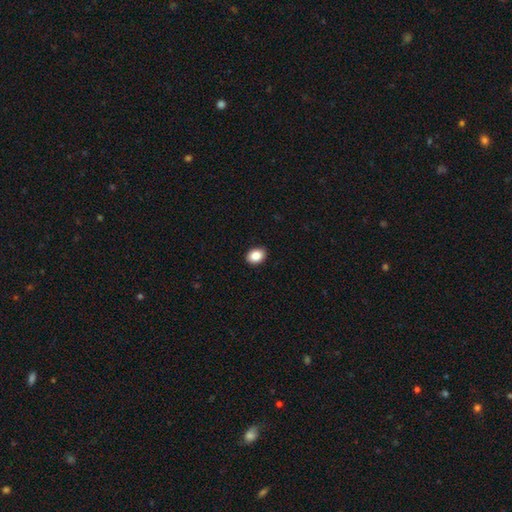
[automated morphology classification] smooth-or-featured: smooth: 87% | star or artifact: 8% | featured or disk: 5%
  how-rounded: in between: 64% | round: 35% | cigar-shaped: 1%
  merging: none: 91% | minor disturbance: 7% | major disturbance: 2% | merger: 1%